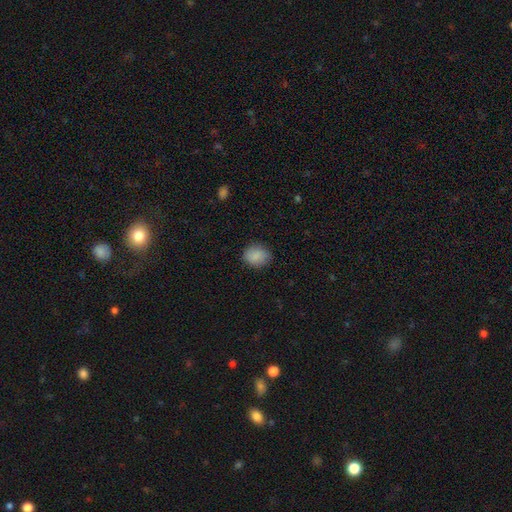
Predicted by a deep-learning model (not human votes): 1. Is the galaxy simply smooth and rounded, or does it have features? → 88% smooth, 8% star or artifact, 4% featured or disk.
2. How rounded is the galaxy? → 68% round, 31% in between, 1% cigar-shaped.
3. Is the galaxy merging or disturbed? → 85% none, 12% minor disturbance, 3% major disturbance, 1% merger.